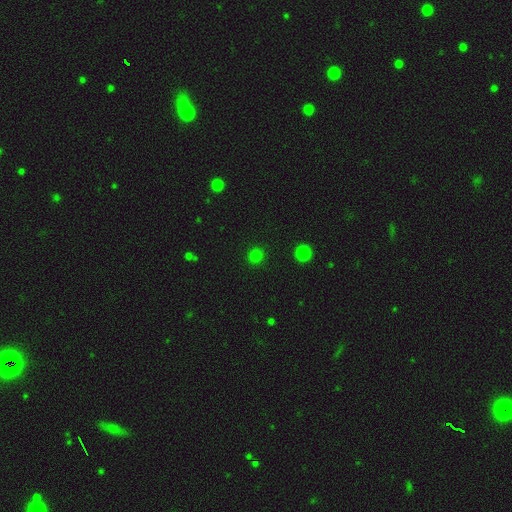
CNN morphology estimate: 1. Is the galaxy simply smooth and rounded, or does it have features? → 79% smooth, 18% star or artifact, 4% featured or disk.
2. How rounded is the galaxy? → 92% round, 7% in between, 1% cigar-shaped.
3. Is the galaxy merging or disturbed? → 92% none, 5% minor disturbance, 2% major disturbance, 1% merger.